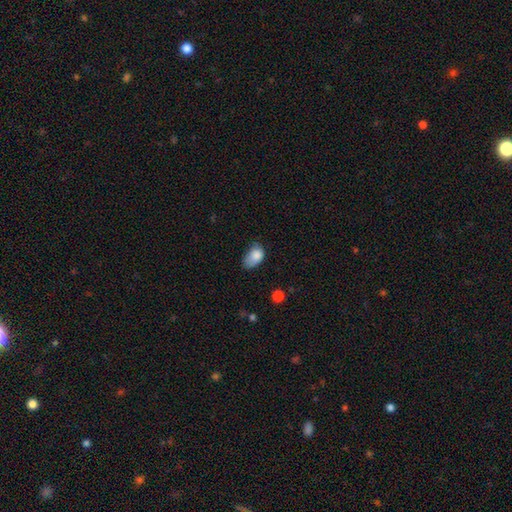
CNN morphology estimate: smooth_or_featured: smooth (p=0.83) [alt: featured or disk p=0.09]
how_rounded: in between (p=0.86) [alt: round p=0.13]
merging: minor disturbance (p=0.47) [alt: none p=0.33]